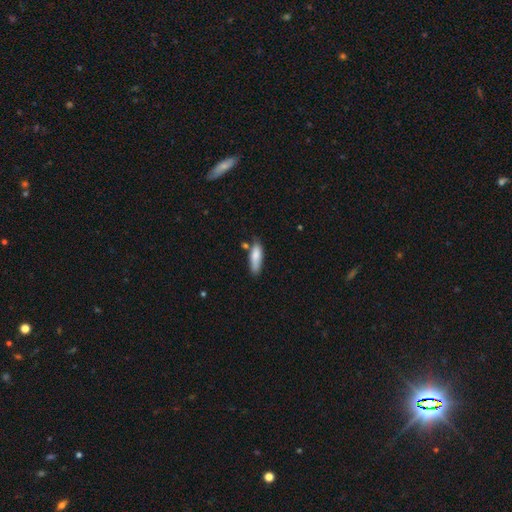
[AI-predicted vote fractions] Smooth or featured? smooth (81%)
How rounded? cigar-shaped (54%)
Merging? none (66%)